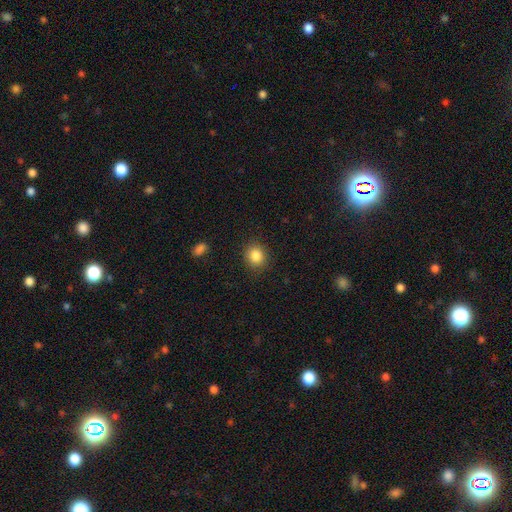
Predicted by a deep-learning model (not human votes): smooth_or_featured: smooth (p=0.85) [alt: star or artifact p=0.10]
how_rounded: round (p=0.74) [alt: in between p=0.25]
merging: none (p=0.88) [alt: minor disturbance p=0.09]